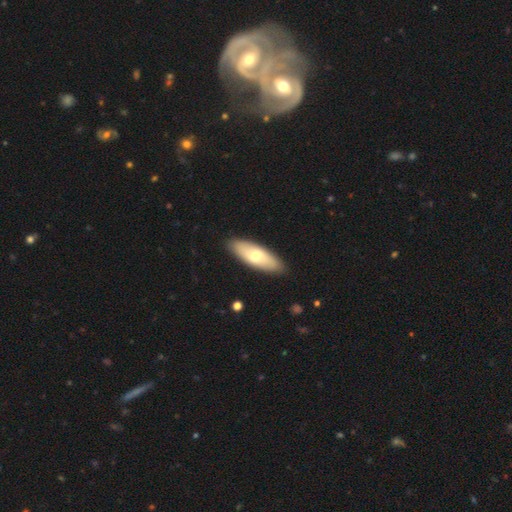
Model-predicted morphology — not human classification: A smooth galaxy with no disk features (63%) that is in between round and cigar-shaped (70%).

Vote fractions:
- Smooth or featured? smooth: 63% / featured or disk: 32% / star or artifact: 5%
- How rounded? in between: 70% / cigar-shaped: 28% / round: 2%
- Merging? none: 90% / minor disturbance: 8% / major disturbance: 2% / merger: 1%